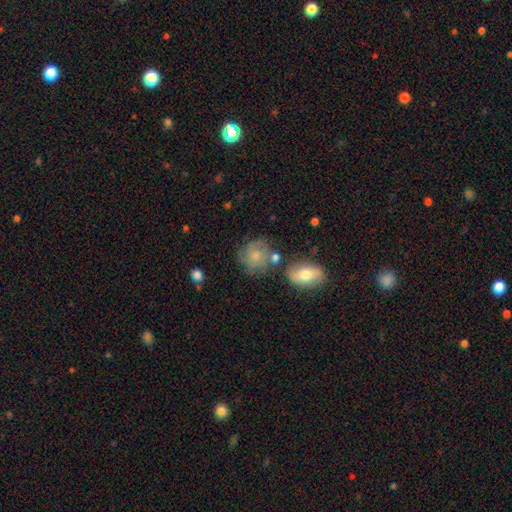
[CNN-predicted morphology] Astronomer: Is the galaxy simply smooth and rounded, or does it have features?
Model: smooth — 56% (runner-up: featured or disk, 35%).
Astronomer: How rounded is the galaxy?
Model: round — 78%.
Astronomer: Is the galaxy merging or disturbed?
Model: none — 59%.